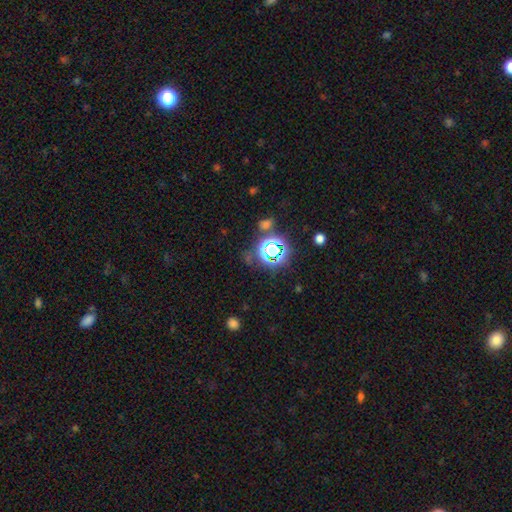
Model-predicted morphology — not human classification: Q: Smooth or featured?
A: star or artifact (74%); runner-up: smooth (18%)